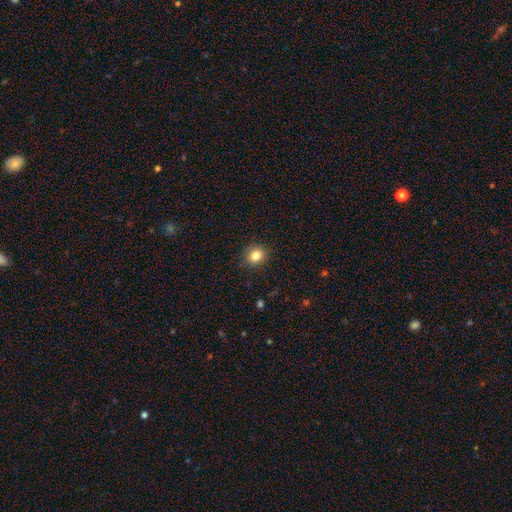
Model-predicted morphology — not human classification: Smooth or featured? Predicted: smooth (p=0.84). How rounded? Predicted: round (p=0.76). Merging? Predicted: none (p=0.88).